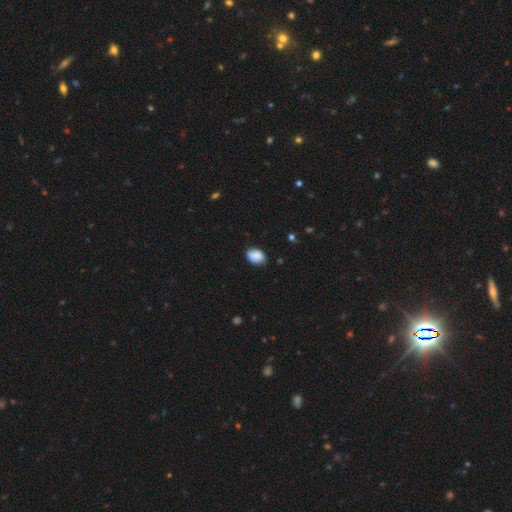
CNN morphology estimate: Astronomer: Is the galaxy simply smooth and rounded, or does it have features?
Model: smooth — 86%.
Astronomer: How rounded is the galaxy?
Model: in between — 79%.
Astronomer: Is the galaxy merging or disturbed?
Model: none — 77%.